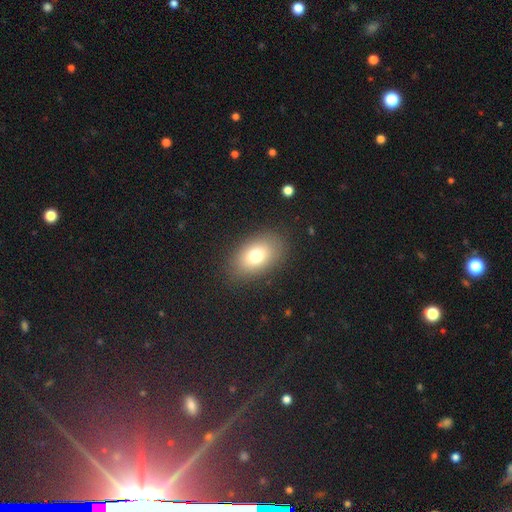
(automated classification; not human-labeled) smooth_or_featured: smooth (p=0.76) [alt: featured or disk p=0.13]
how_rounded: in between (p=0.85) [alt: round p=0.14]
merging: none (p=0.85) [alt: minor disturbance p=0.10]